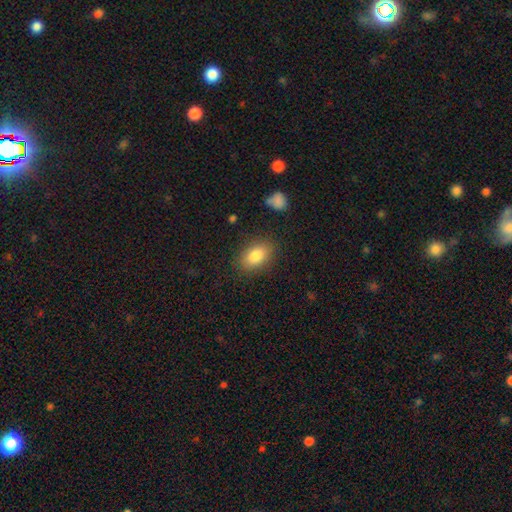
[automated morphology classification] Overall: smooth (84%). How rounded: in between (89%). Merging: none (84%).